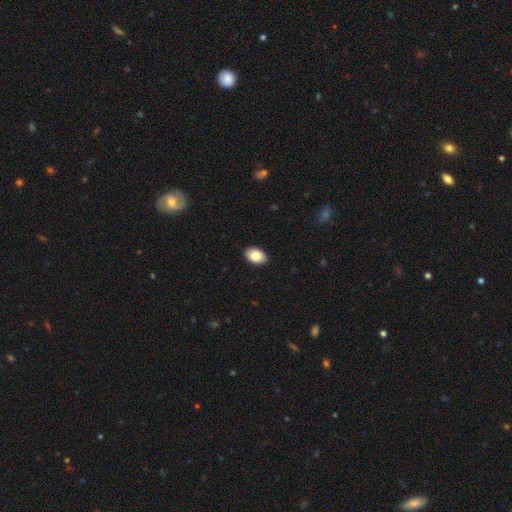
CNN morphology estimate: type=smooth (85%); roundness=in between (90%); merging=none (91%).